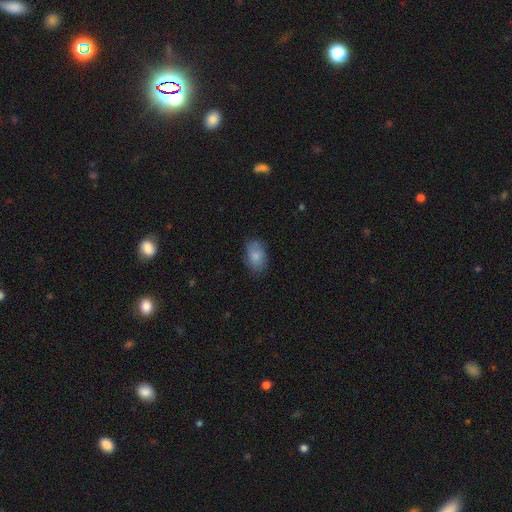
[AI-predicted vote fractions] Overall: smooth (84%). How rounded: in between (88%). Merging: none (79%).